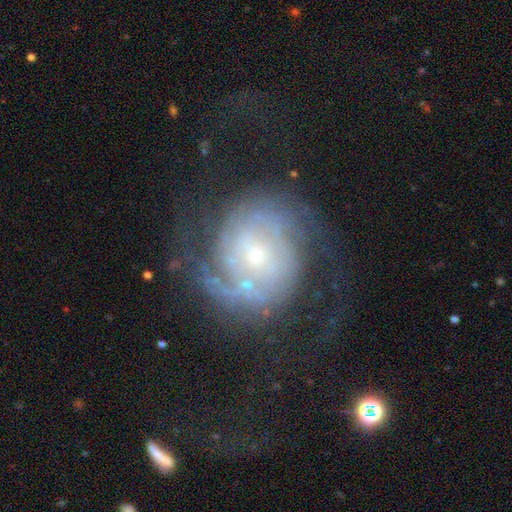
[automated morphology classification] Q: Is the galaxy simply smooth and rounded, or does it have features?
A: featured or disk — 83%.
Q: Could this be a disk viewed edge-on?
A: no — 97%.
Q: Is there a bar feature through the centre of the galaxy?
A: no — 60%.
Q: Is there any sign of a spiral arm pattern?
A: yes — 93%.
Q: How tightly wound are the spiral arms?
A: tight — 42%.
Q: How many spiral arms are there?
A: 2 — 62%.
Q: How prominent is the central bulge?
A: small — 72%.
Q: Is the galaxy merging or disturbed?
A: none — 63%.